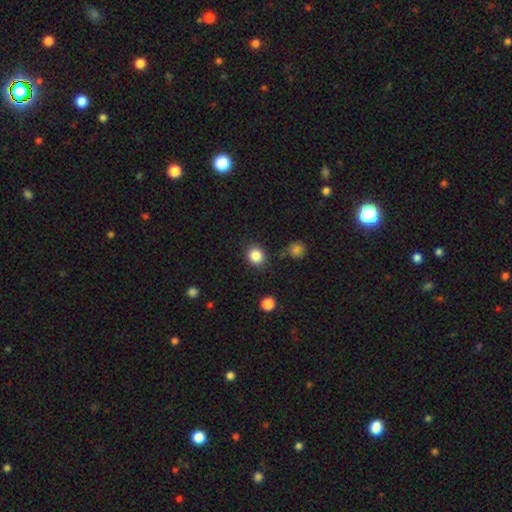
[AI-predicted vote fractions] Smooth or featured: smooth — 86% (star or artifact — 10%)
How rounded: round — 78% (in between — 21%)
Merging: none — 85% (minor disturbance — 9%)